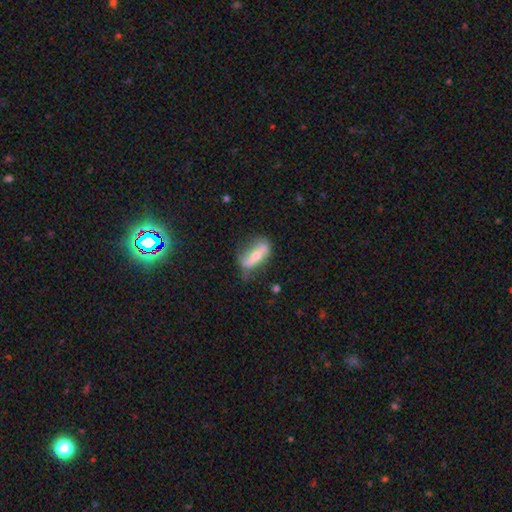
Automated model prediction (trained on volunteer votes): featured or disk 48%, smooth 45%, star or artifact 7%. Down the decision tree: merging — none (55%).